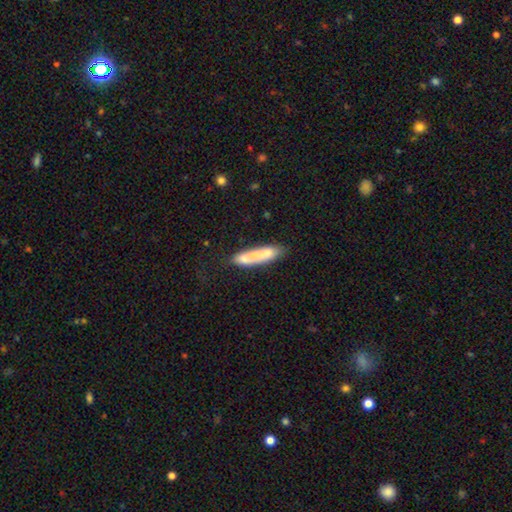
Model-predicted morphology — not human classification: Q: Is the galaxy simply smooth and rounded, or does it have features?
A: smooth — 71%.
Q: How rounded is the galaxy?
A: cigar-shaped — 80%.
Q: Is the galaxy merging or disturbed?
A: none — 54%.